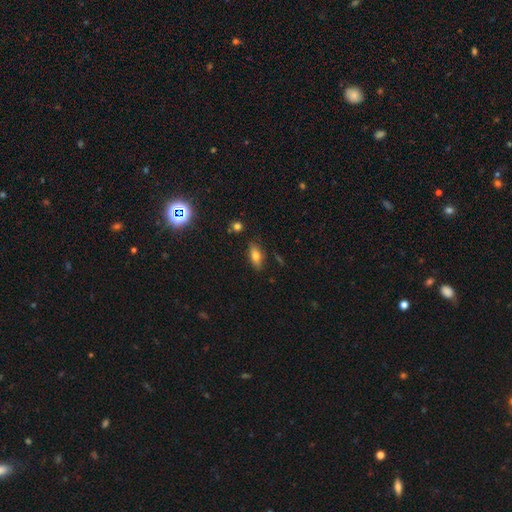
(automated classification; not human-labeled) Morphology: type=smooth (71%); roundness=in between (80%); merging=none (81%).